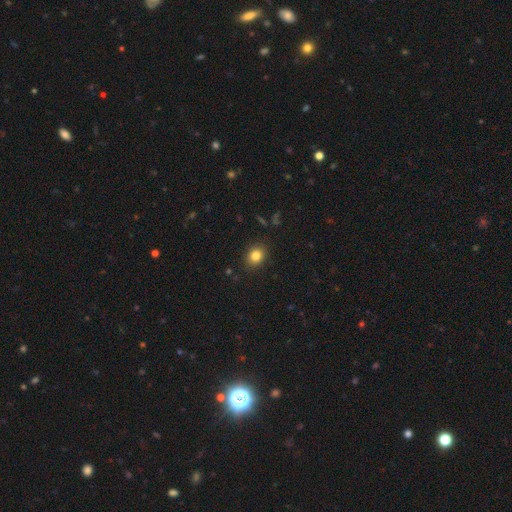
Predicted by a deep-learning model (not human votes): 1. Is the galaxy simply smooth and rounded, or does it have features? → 83% smooth, 11% star or artifact, 6% featured or disk.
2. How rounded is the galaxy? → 55% round, 44% in between, 1% cigar-shaped.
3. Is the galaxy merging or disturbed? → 88% none, 9% minor disturbance, 2% major disturbance, 1% merger.